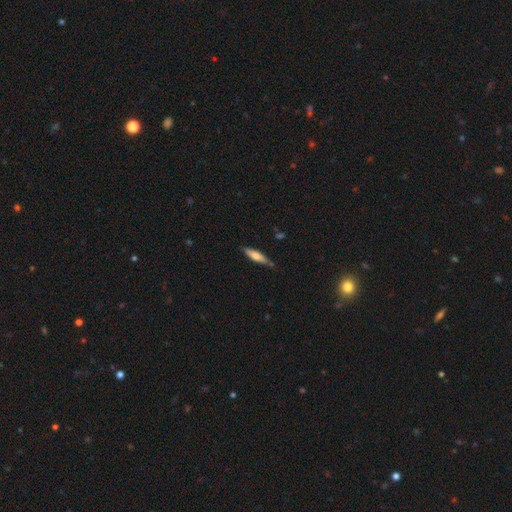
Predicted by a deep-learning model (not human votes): Smooth or featured? smooth (57%)
How rounded? cigar-shaped (71%)
Merging? none (76%)